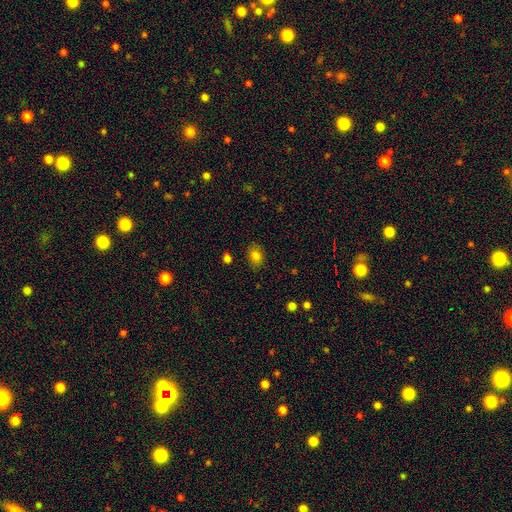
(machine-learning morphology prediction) smooth_or_featured: smooth (p=0.81) [alt: star or artifact p=0.12]
how_rounded: in between (p=0.70) [alt: round p=0.29]
merging: none (p=0.83) [alt: minor disturbance p=0.13]